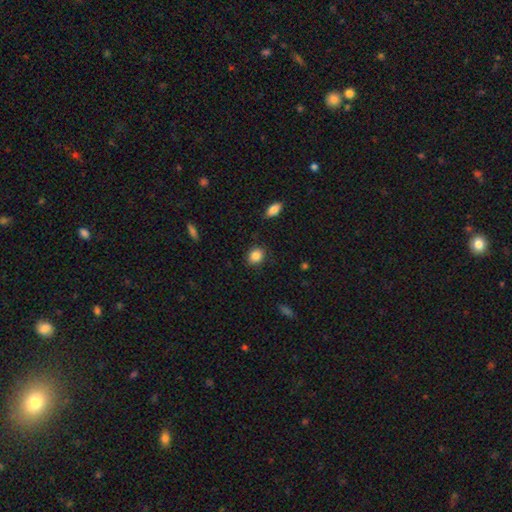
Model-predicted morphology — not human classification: This is clearly a smooth galaxy (87%). How rounded: likely round (65%). Merging: clearly none (86%).